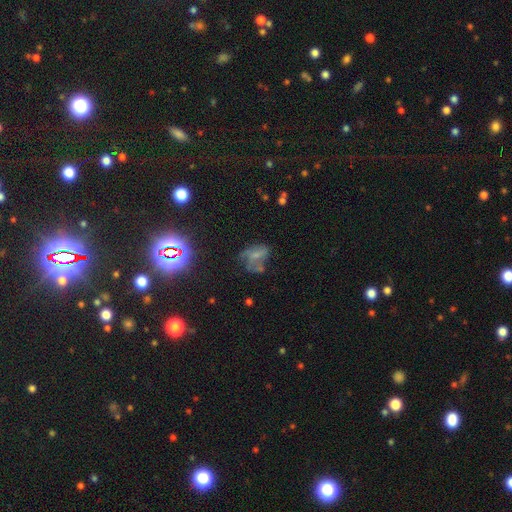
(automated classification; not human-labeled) Overall: smooth (37%, tied with featured or disk). Merging: none (37%; major disturbance 27%).